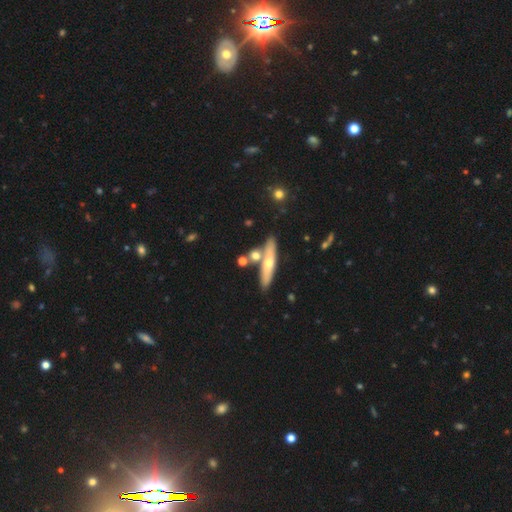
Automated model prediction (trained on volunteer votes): smooth-or-featured: smooth: 51% | featured or disk: 41% | star or artifact: 8%
  how-rounded: cigar-shaped: 63% | in between: 21% | round: 16%
  merging: none: 66% | merger: 20% | minor disturbance: 11% | major disturbance: 3%